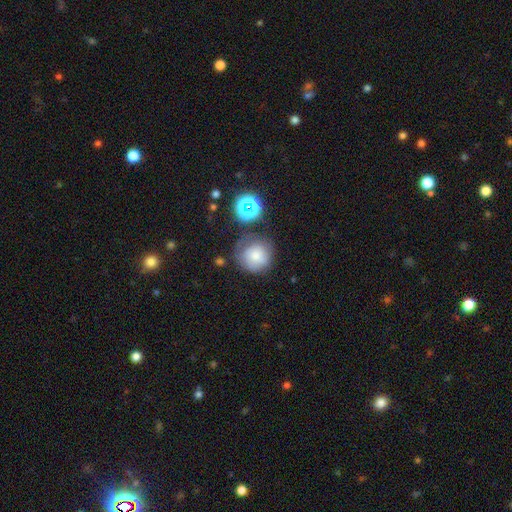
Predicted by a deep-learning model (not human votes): This appears to be a smooth galaxy with no disk features (72%) that is round (92%). Merging: none (61%).